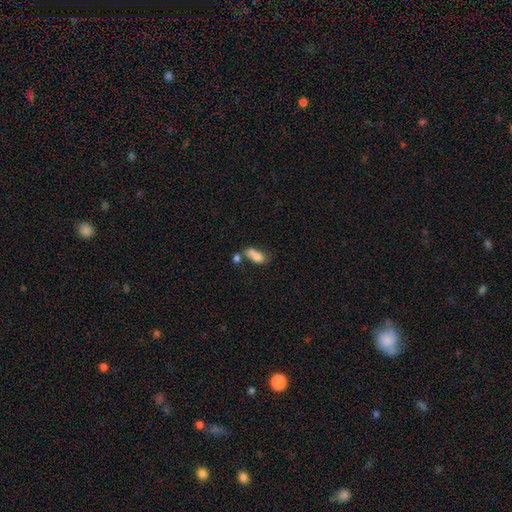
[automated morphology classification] This is clearly a smooth galaxy (81%). How rounded: clearly in between (82%). Merging: marginally merger (39%).